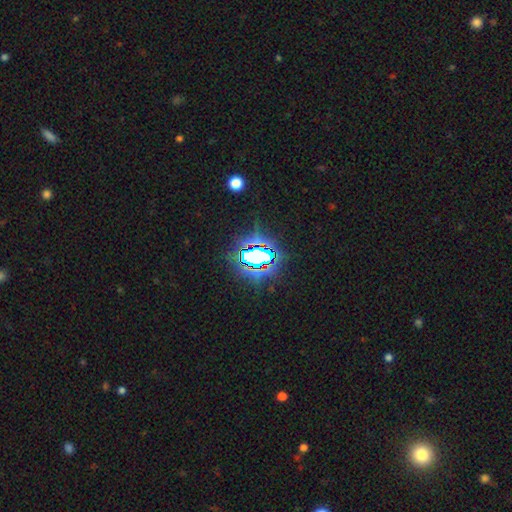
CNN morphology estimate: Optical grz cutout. It shows a star or artifact, not a galaxy (71%).